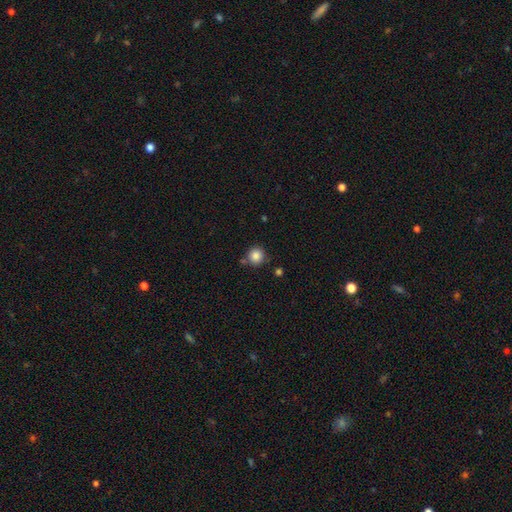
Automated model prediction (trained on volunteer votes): Smooth or featured: smooth — 85% (star or artifact — 10%)
How rounded: round — 93% (in between — 6%)
Merging: none — 78% (minor disturbance — 10%)